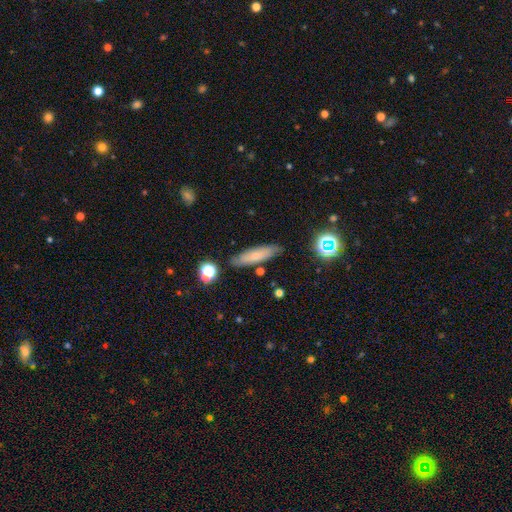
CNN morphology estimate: smooth 69%, featured or disk 21%, star or artifact 9%. Down the decision tree: how rounded — cigar-shaped (71%); merging — none (82%).